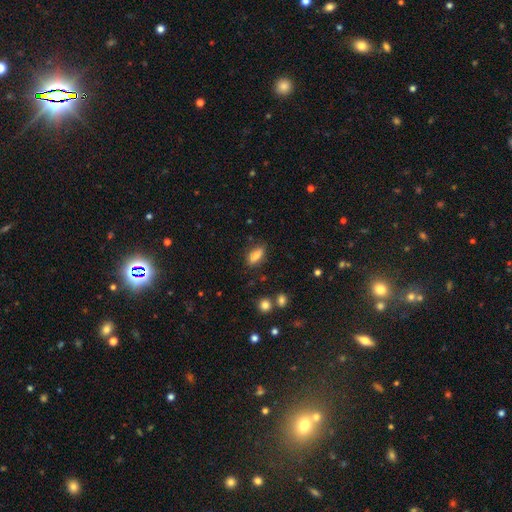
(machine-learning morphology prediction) Smooth or featured? Predicted: smooth (p=0.78). How rounded? Predicted: in between (p=0.71). Merging? Predicted: none (p=0.81).